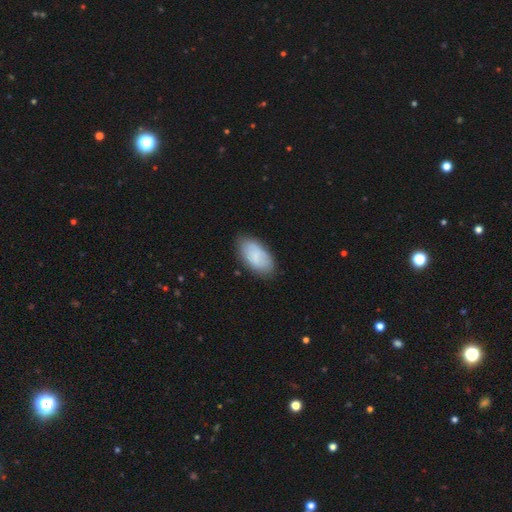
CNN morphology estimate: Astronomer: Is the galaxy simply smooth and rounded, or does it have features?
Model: smooth — 76%.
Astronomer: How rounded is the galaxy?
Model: in between — 95%.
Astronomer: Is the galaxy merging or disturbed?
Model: none — 74%.